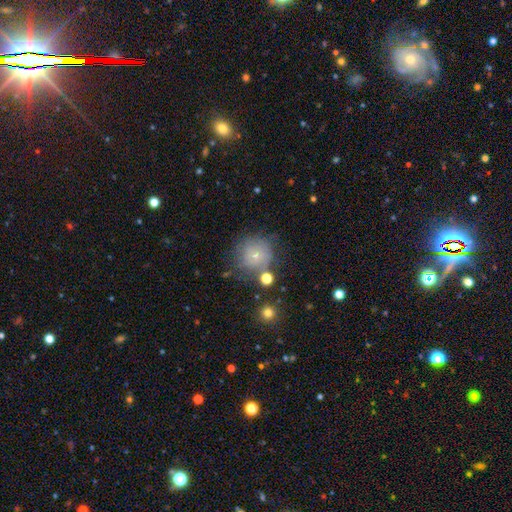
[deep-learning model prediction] smooth-or-featured: smooth: 63% | featured or disk: 24% | star or artifact: 13%
  how-rounded: round: 91% | in between: 8% | cigar-shaped: 1%
  merging: none: 63% | minor disturbance: 19% | major disturbance: 10% | merger: 8%